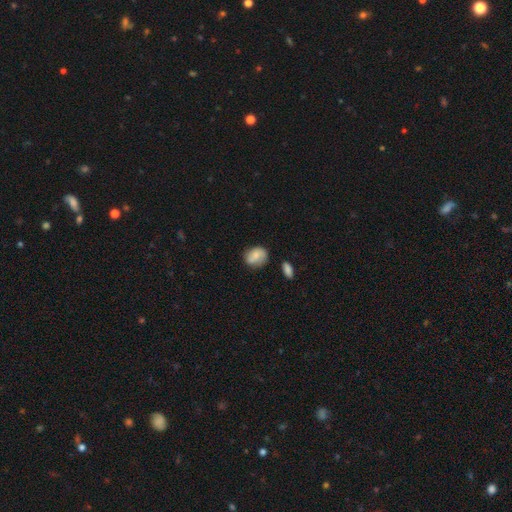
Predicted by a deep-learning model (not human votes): Smooth or featured: smooth — 70% (featured or disk — 22%)
How rounded: in between — 60% (round — 38%)
Merging: none — 63% (minor disturbance — 26%)